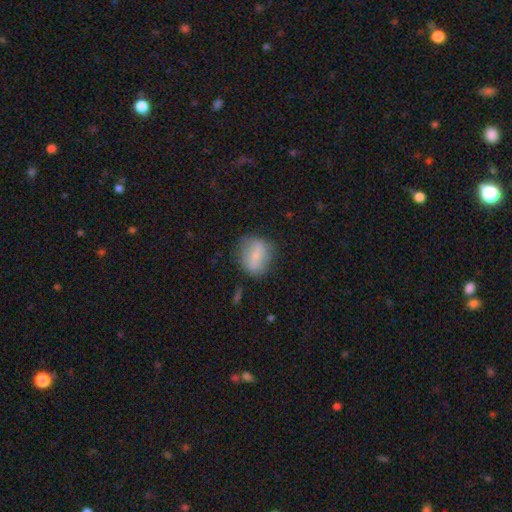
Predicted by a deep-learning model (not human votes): Smooth or featured: smooth — 66% (featured or disk — 26%)
How rounded: in between — 51% (round — 46%)
Merging: none — 71% (minor disturbance — 20%)